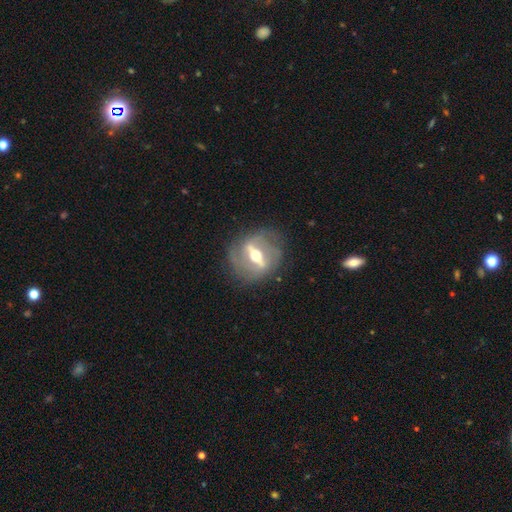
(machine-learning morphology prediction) smooth-or-featured: featured or disk: 82% | smooth: 12% | star or artifact: 6%
  disk-edge-on: no: 75% | yes: 25%
    bar: strong: 77% | weak: 17% | no: 6%
    has-spiral-arms: yes: 54% | no: 46%
    bulge-size: moderate: 71% | large: 14% | small: 13% | dominant: 1% | none: 1%
  merging: none: 76% | minor disturbance: 14% | major disturbance: 8% | merger: 1%